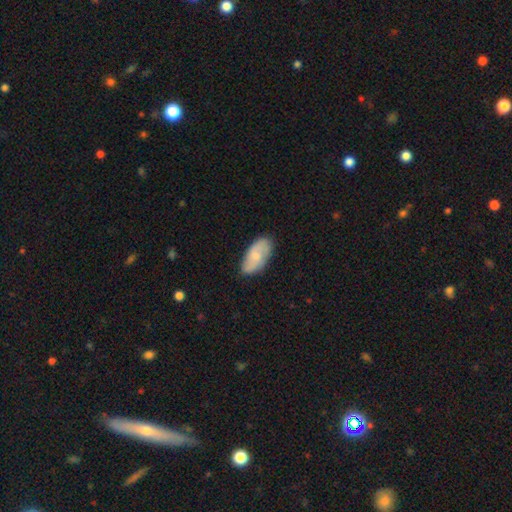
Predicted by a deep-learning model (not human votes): A smooth galaxy with no disk features (61%) that is in between round and cigar-shaped (92%).

Vote fractions:
- Smooth or featured? smooth: 61% / featured or disk: 33% / star or artifact: 6%
- How rounded? in between: 92% / cigar-shaped: 5% / round: 3%
- Merging? none: 79% / minor disturbance: 17% / major disturbance: 3% / merger: 1%